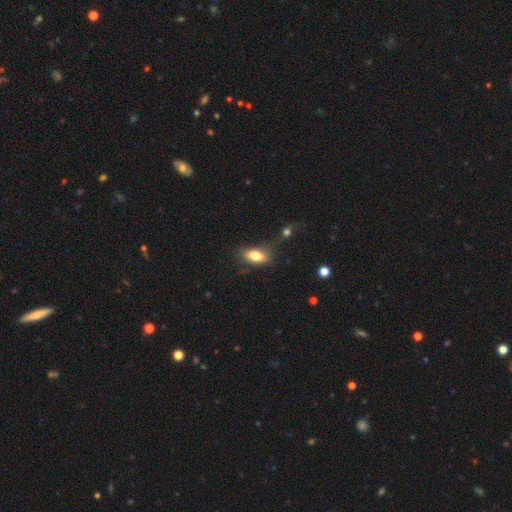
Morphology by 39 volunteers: A smooth galaxy with no disk features (69%) that is in between round and cigar-shaped (81%). Merging: none (61%).